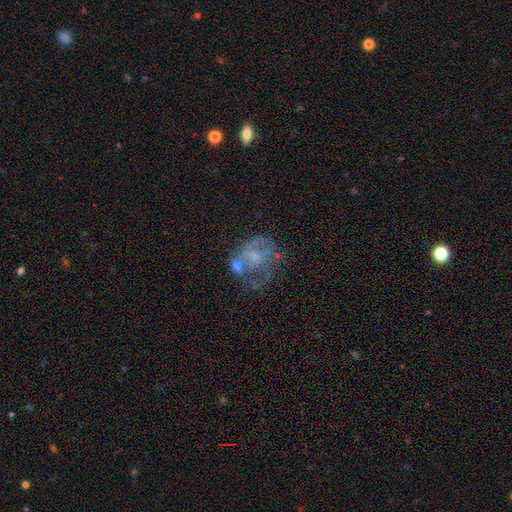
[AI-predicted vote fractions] featured or disk 60%, smooth 28%, star or artifact 12%. Down the decision tree: edge-on disk — no (98%); bar — no (76%); spiral arms — no (66%); bulge size — none (41%); merging — major disturbance (34%).